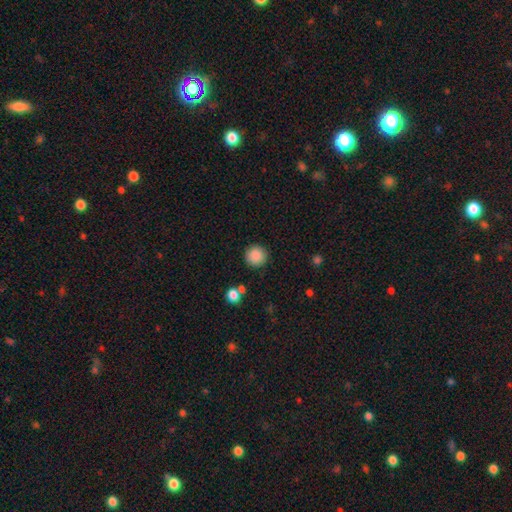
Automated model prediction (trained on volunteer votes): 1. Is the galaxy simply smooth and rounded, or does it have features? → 88% smooth, 9% star or artifact, 3% featured or disk.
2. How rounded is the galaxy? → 95% round, 4% in between, 1% cigar-shaped.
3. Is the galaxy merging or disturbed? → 90% none, 6% minor disturbance, 2% merger, 2% major disturbance.